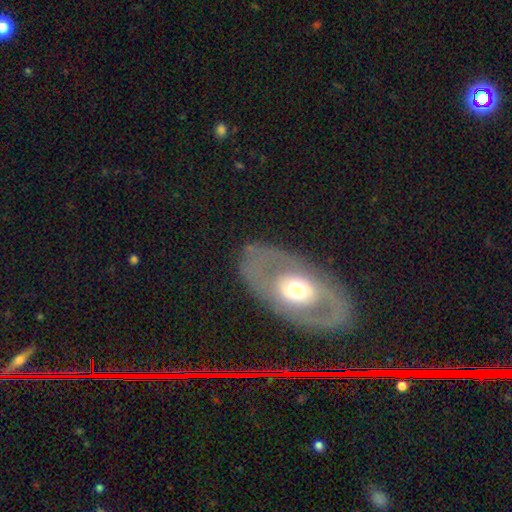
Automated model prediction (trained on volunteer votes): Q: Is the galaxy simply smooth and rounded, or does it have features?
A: featured or disk — 63%.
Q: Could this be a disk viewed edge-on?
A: no — 89%.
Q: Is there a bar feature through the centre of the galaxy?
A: no — 77%.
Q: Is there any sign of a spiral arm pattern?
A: no — 73%.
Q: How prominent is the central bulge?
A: moderate — 65%.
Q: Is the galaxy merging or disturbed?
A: none — 78%.